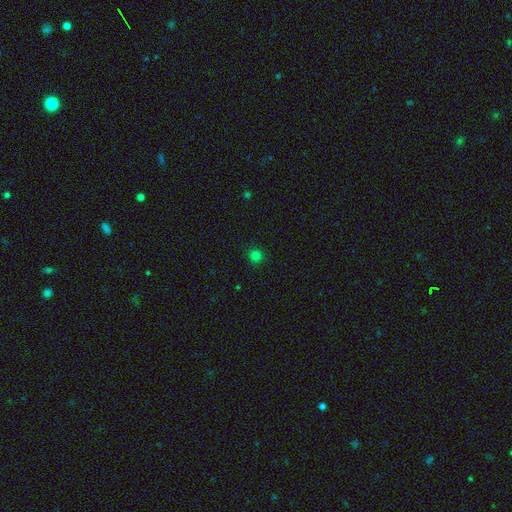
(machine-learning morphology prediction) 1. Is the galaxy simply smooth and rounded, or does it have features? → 79% smooth, 17% star or artifact, 4% featured or disk.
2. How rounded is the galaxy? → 94% round, 5% in between, 1% cigar-shaped.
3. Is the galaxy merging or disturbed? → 91% none, 6% minor disturbance, 2% major disturbance, 1% merger.